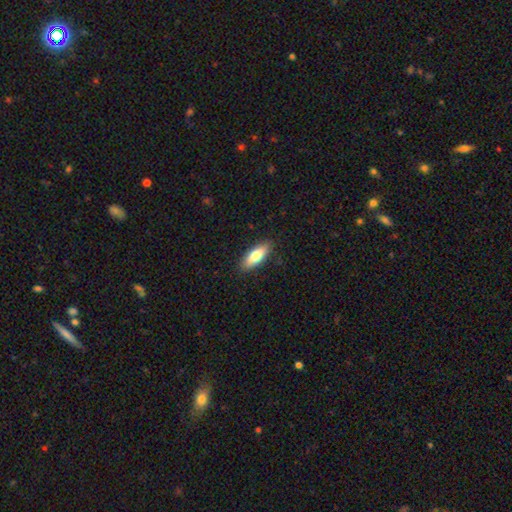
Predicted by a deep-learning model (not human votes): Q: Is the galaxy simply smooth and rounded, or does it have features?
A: smooth — 76%.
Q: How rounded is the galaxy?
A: in between — 68%.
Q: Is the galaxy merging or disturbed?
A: none — 89%.